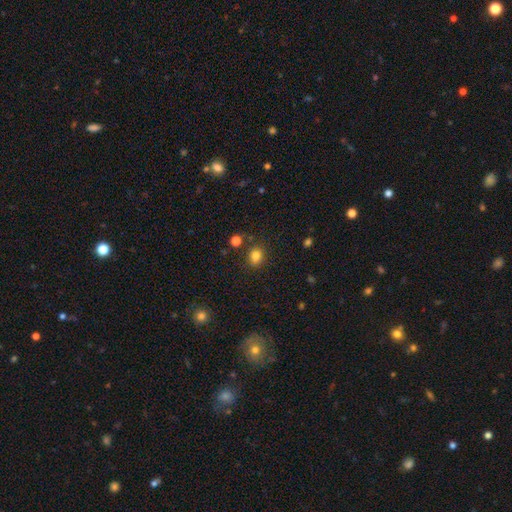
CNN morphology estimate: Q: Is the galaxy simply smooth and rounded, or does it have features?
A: smooth — 80%.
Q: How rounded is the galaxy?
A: round — 64%.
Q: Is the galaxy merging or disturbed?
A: none — 80%.